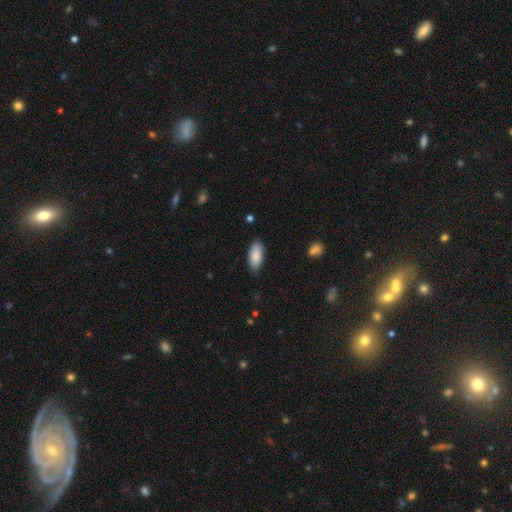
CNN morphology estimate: The model was most divided on "merging": none: 83%, minor disturbance: 13%, major disturbance: 2%, merger: 1%. More confident: how rounded — in between (88%); smooth or featured — smooth (87%).